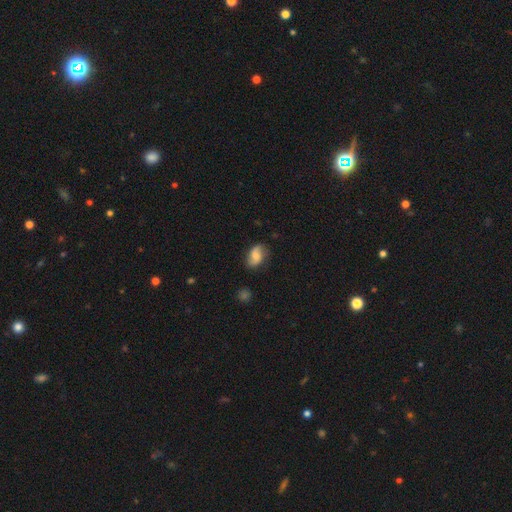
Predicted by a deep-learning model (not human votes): Smooth or featured?
  - smooth: 49% *
  - featured or disk: 43%
  - star or artifact: 8%
Merging?
  - none: 72% *
  - minor disturbance: 21%
  - major disturbance: 5%
  - merger: 2%